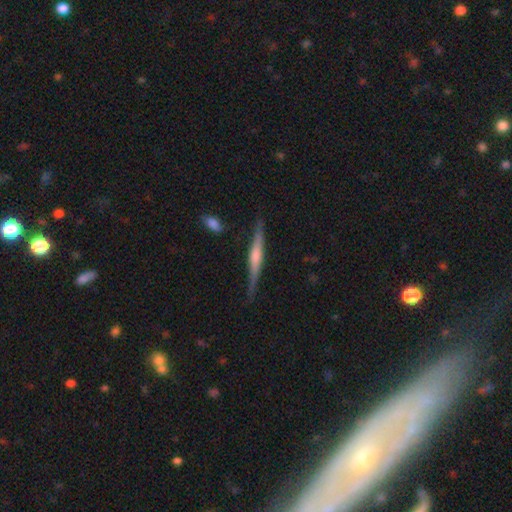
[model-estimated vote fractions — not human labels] This appears to be a featured or disk galaxy (80%) viewed edge-on (98%) with a rounded central bulge (74%). Merging: none (88%).